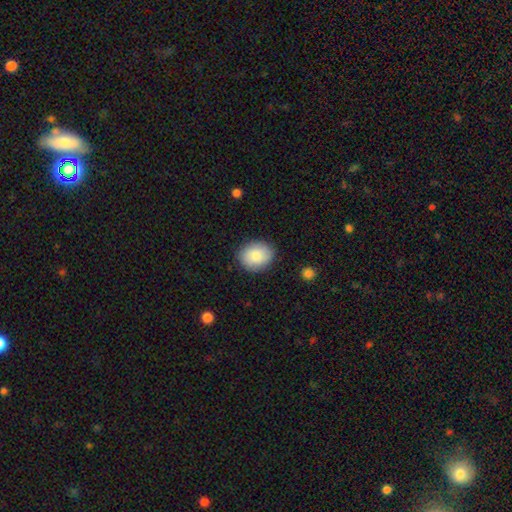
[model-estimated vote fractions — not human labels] Overall: smooth (85%). How rounded: round (56%; in between 43%). Merging: none (86%).